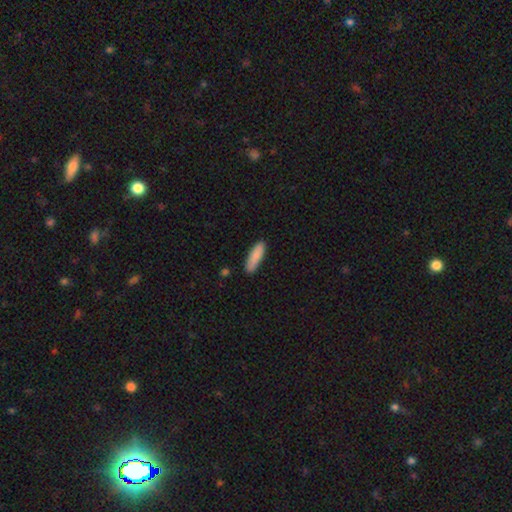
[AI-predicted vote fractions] Smooth or featured: smooth — 87% (featured or disk — 8%)
How rounded: cigar-shaped — 59% (in between — 40%)
Merging: none — 84% (minor disturbance — 12%)